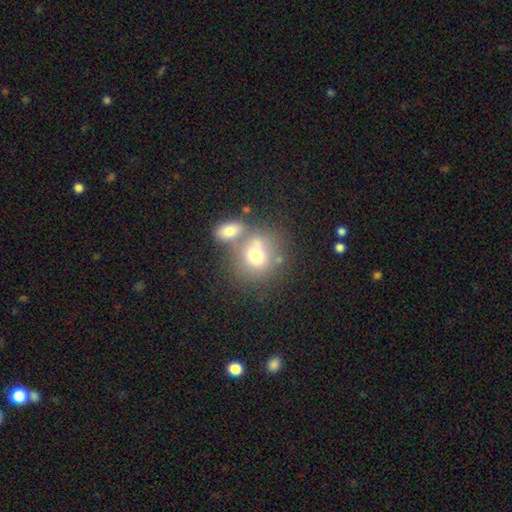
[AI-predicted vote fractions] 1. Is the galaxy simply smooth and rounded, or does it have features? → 70% smooth, 19% featured or disk, 12% star or artifact.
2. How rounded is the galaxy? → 73% round, 26% in between, 1% cigar-shaped.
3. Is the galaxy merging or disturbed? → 44% none, 39% merger, 11% minor disturbance, 6% major disturbance.